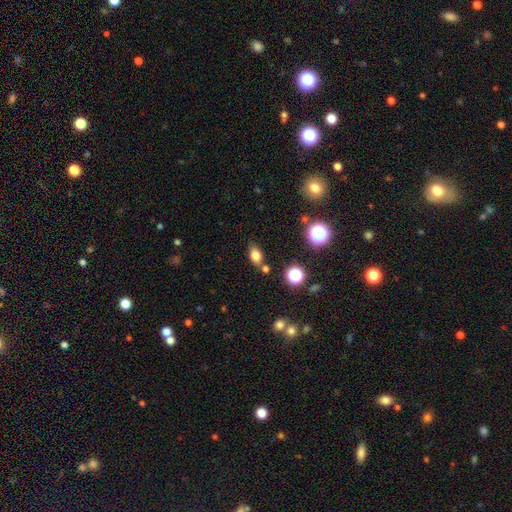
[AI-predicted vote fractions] Smooth or featured? smooth (76%)
How rounded? in between (78%)
Merging? none (76%)